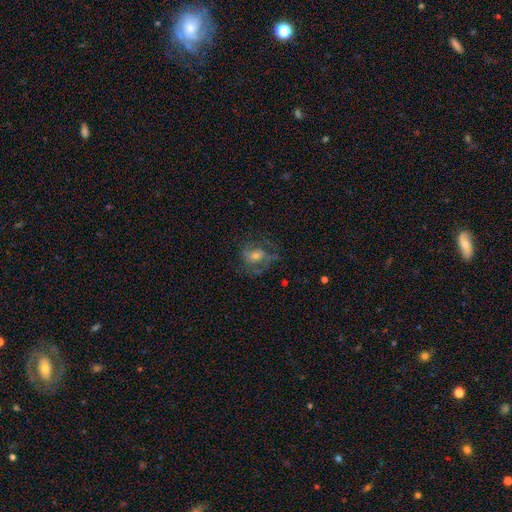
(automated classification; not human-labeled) A featured or disk galaxy (62%) with no bar (55%), spiral arms (78%) and a moderate central bulge (49%). Merging: none (61%).